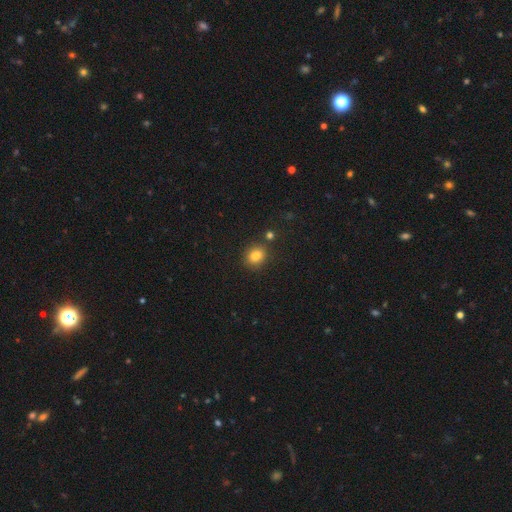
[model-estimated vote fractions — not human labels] Overall: smooth (83%). How rounded: round (67%; in between 33%). Merging: none (82%).